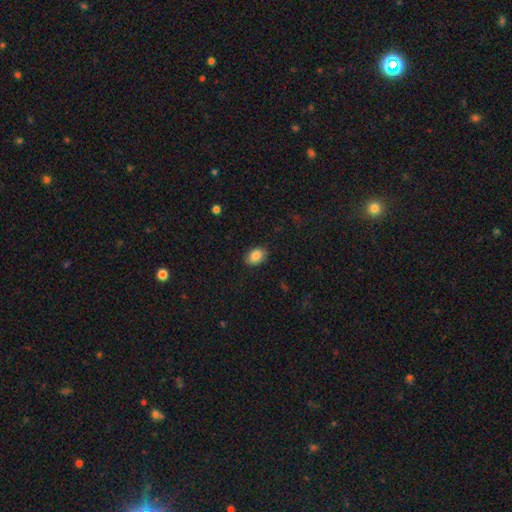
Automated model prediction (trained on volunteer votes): A smooth galaxy with no disk features (86%) that is in between round and cigar-shaped (76%). Merging: none (86%).